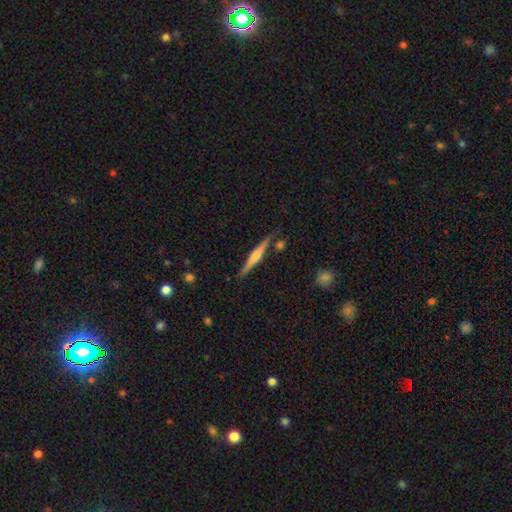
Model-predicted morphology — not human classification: Q: Smooth or featured?
A: featured or disk (67%); runner-up: smooth (27%)
Q: Edge-on disk?
A: yes (98%); runner-up: no (2%)
Q: Edge-on bulge?
A: rounded (75%); runner-up: boxy (13%)
Q: Merging?
A: none (86%); runner-up: minor disturbance (9%)